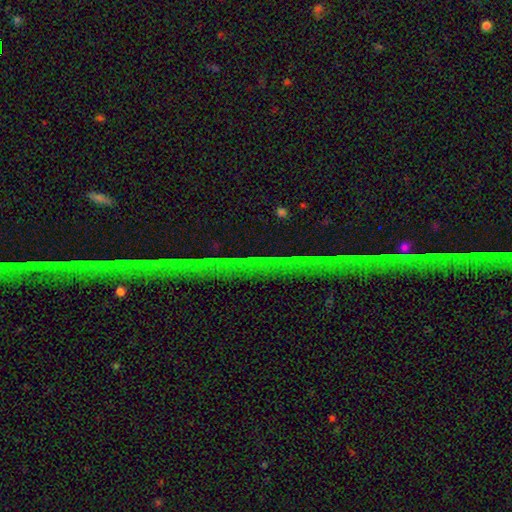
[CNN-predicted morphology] A star or artifact, not a galaxy (74%).

Vote fractions:
- Smooth or featured? star or artifact: 74% / featured or disk: 15% / smooth: 11%